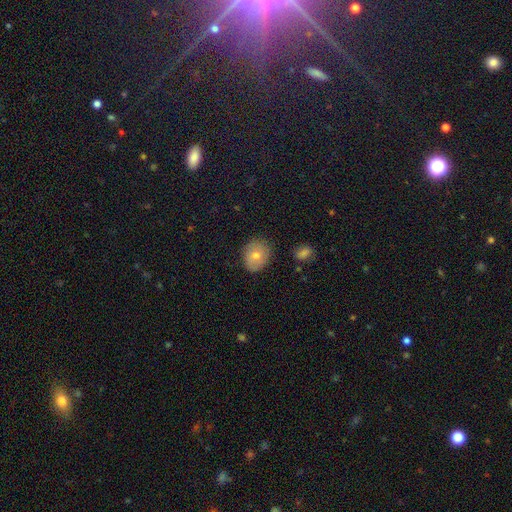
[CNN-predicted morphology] smooth_or_featured: smooth (p=0.71) [alt: featured or disk p=0.19]
how_rounded: round (p=0.57) [alt: in between p=0.42]
merging: none (p=0.81) [alt: minor disturbance p=0.15]